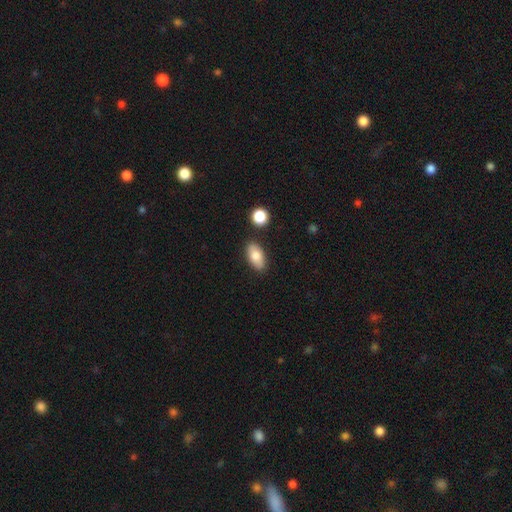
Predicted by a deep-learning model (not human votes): Smooth or featured: smooth — 79% (featured or disk — 14%)
How rounded: in between — 91% (round — 5%)
Merging: none — 83% (minor disturbance — 10%)